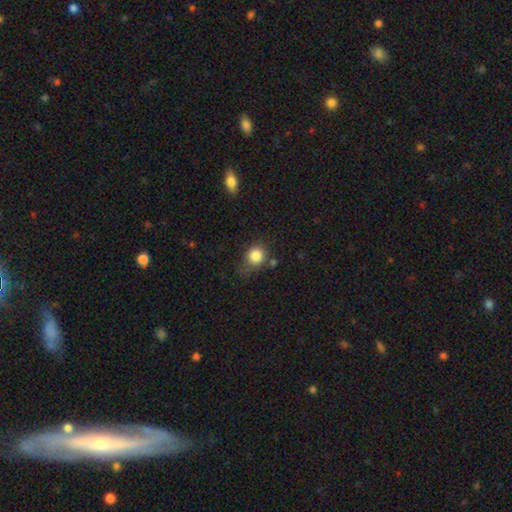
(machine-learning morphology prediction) This appears to be a smooth galaxy with no disk features (84%) that is round (73%). Merging: none (57%).